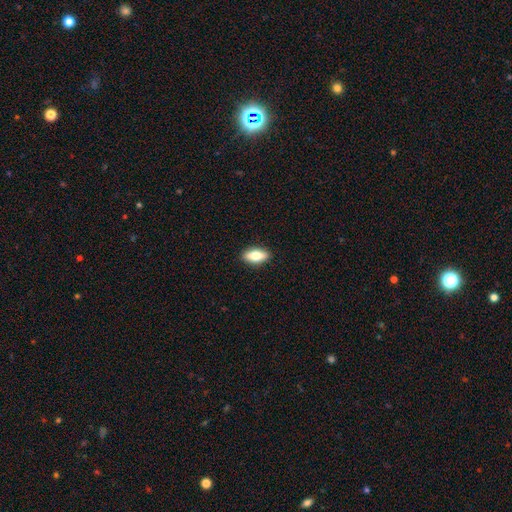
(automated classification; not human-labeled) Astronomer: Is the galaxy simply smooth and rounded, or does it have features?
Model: smooth — 74%.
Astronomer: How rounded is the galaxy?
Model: in between — 83%.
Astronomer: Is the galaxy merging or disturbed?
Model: none — 89%.